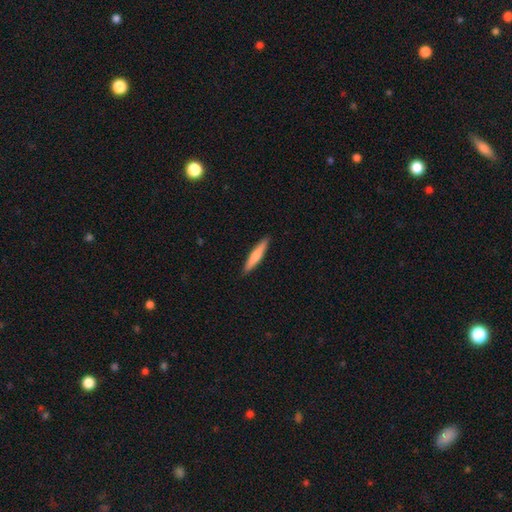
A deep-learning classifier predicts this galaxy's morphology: smooth_or_featured: smooth (p=0.72) [alt: featured or disk p=0.23]
how_rounded: cigar-shaped (p=0.91) [alt: in between p=0.08]
merging: none (p=0.91) [alt: minor disturbance p=0.07]